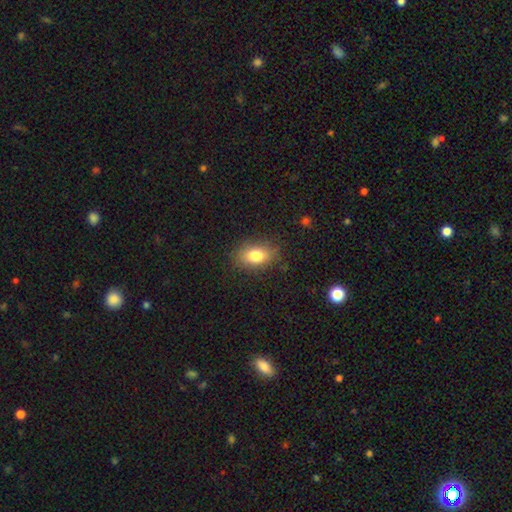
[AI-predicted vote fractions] Smooth or featured? smooth (79%)
How rounded? in between (81%)
Merging? none (84%)